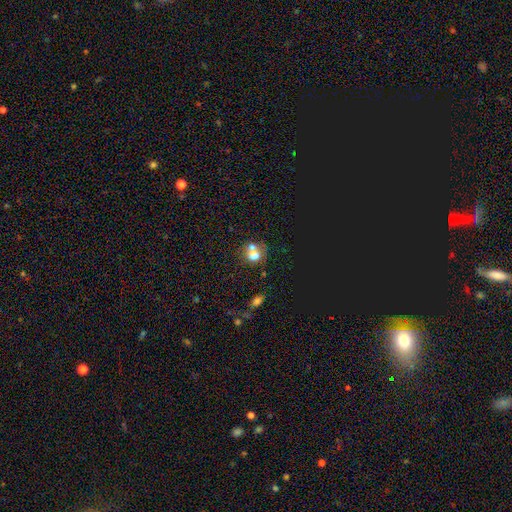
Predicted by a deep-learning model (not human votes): Smooth or featured?
  - smooth: 57% *
  - featured or disk: 23%
  - star or artifact: 20%
How rounded?
  - round: 63% *
  - in between: 36%
  - cigar-shaped: 1%
Merging?
  - merger: 49% *
  - none: 33%
  - minor disturbance: 11%
  - major disturbance: 8%